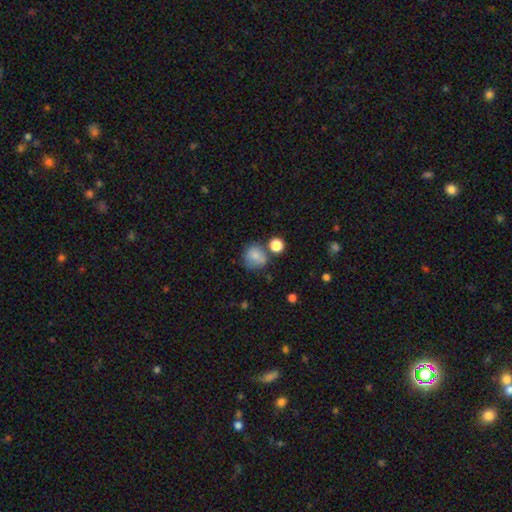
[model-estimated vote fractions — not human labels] Smooth or featured? smooth (80%)
How rounded? round (81%)
Merging? none (58%)